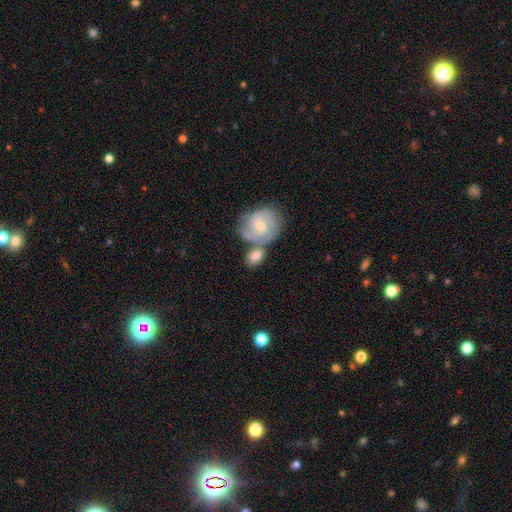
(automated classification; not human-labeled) Q: Smooth or featured?
A: smooth (59%); runner-up: featured or disk (35%)
Q: How rounded?
A: in between (67%); runner-up: round (31%)
Q: Merging?
A: merger (42%); runner-up: none (39%)